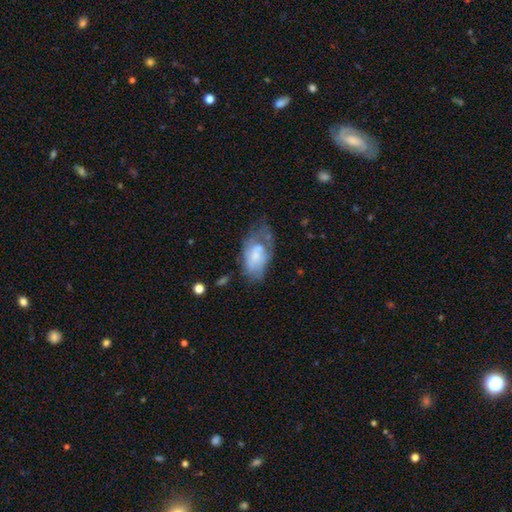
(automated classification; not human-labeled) Smooth or featured: smooth — 48% (featured or disk — 44%)
Merging: none — 31% (tied with minor disturbance — 31%; major disturbance — 31%)